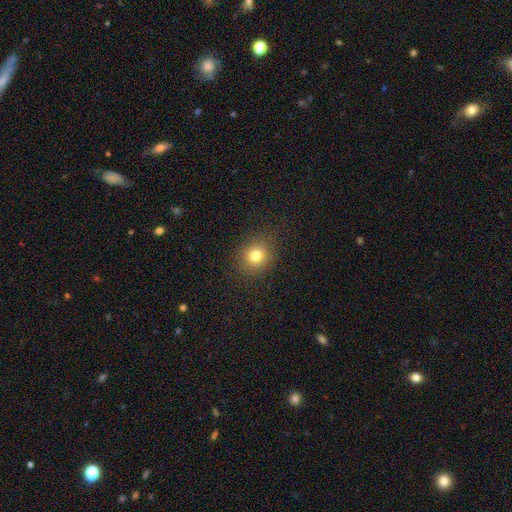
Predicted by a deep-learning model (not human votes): smooth-or-featured: smooth: 78% | star or artifact: 14% | featured or disk: 8%
  how-rounded: round: 79% | in between: 20% | cigar-shaped: 1%
  merging: none: 86% | minor disturbance: 9% | major disturbance: 4% | merger: 1%